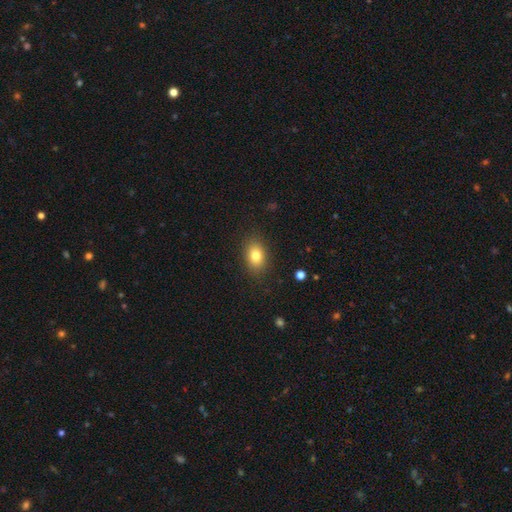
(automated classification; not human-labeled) Smooth or featured: smooth — 81% (featured or disk — 10%)
How rounded: in between — 78% (round — 21%)
Merging: none — 86% (minor disturbance — 10%)